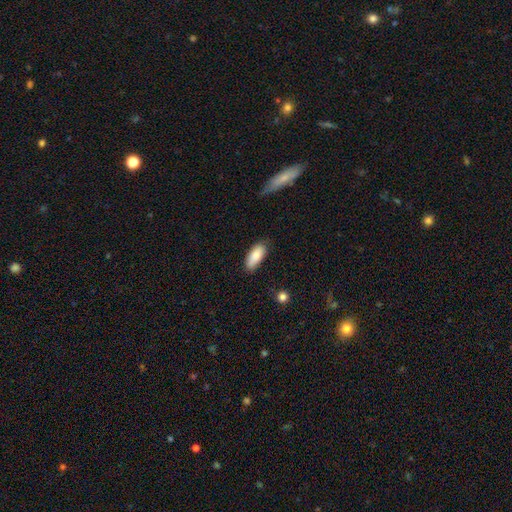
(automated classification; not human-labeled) smooth 84%, featured or disk 10%, star or artifact 6%. Down the decision tree: how rounded — in between (84%); merging — none (79%).